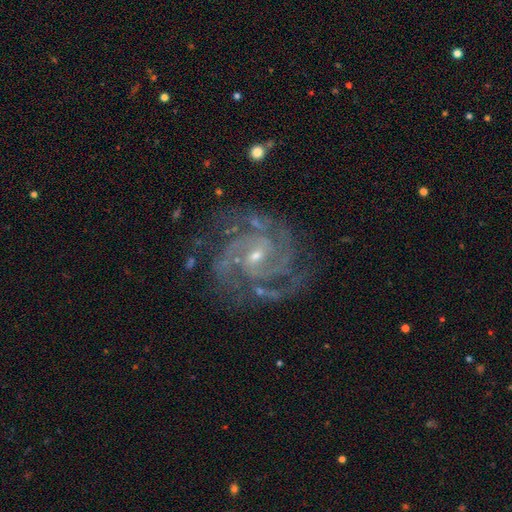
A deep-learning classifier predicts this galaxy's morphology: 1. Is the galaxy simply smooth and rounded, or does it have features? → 91% featured or disk, 6% star or artifact, 3% smooth.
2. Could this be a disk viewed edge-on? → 98% no, 2% yes.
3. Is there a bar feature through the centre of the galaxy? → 47% weak, 36% no, 16% strong.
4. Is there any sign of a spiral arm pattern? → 98% yes, 2% no.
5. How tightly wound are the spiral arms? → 59% tight, 37% medium, 5% loose.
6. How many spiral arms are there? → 28% 2 (tied), 28% 3 (tied), 16% 4, 14% can't tell, 7% more than 4, 7% 1.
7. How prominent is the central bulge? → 69% small, 27% moderate, 2% none, 1% large, 1% dominant.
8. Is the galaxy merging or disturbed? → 76% none, 15% minor disturbance, 7% major disturbance, 1% merger.